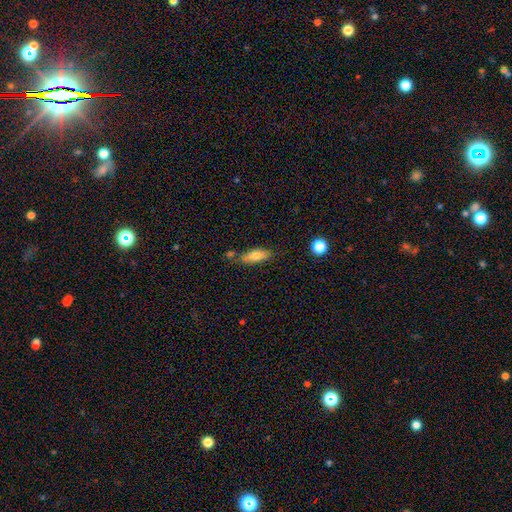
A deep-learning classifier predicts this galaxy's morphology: type=smooth (76%); roundness=in between (65%); merging=none (68%).